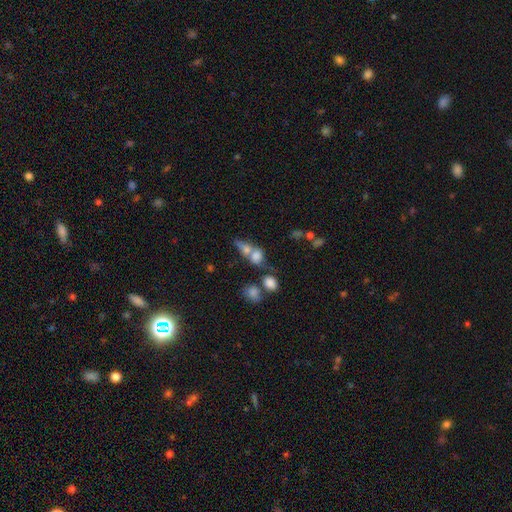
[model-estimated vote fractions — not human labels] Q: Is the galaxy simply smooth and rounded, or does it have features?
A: smooth — 69%.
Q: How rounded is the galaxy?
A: in between — 51%.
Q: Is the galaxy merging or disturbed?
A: merger — 54%.